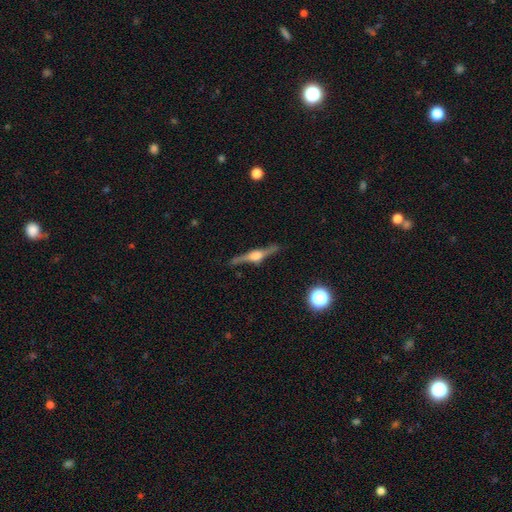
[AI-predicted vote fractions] Overall: featured or disk (83%). Edge-on disk: yes (98%). Edge-on bulge: rounded (86%). Merging: none (87%).